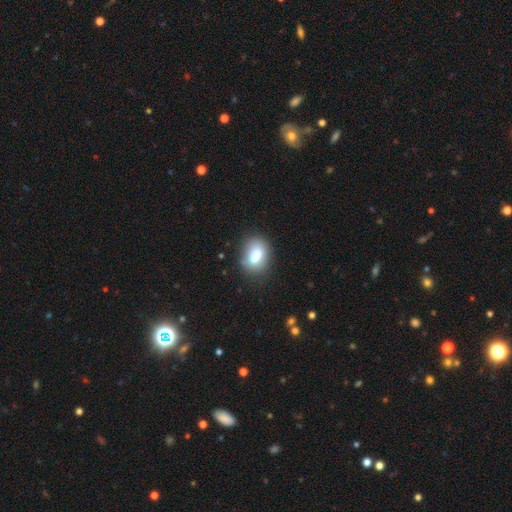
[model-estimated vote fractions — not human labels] smooth-or-featured: smooth: 78% | featured or disk: 13% | star or artifact: 9%
  how-rounded: in between: 77% | round: 20% | cigar-shaped: 3%
  merging: none: 74% | minor disturbance: 17% | major disturbance: 5% | merger: 5%